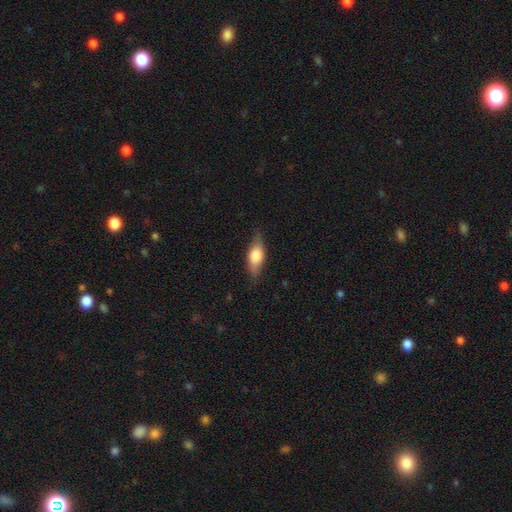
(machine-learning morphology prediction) Overall: smooth (64%; featured or disk 30%). How rounded: in between (71%). Merging: none (79%).